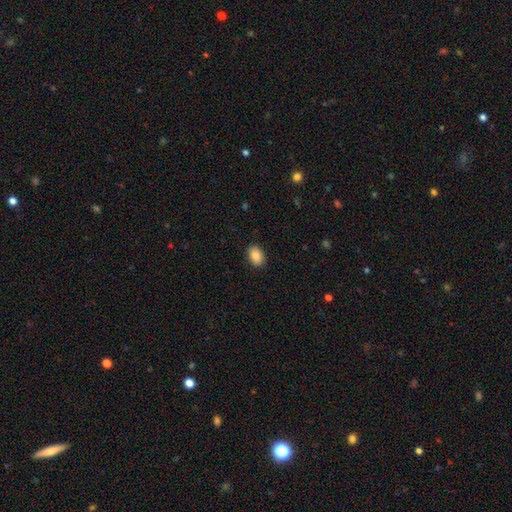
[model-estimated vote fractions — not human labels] Overall: smooth (88%). How rounded: in between (84%). Merging: none (89%).